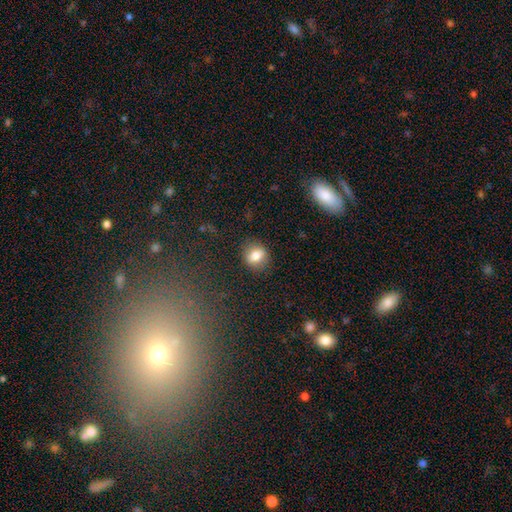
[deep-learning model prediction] smooth_or_featured: smooth (p=0.78) [alt: featured or disk p=0.13]
how_rounded: round (p=0.60) [alt: in between p=0.39]
merging: none (p=0.86) [alt: minor disturbance p=0.10]